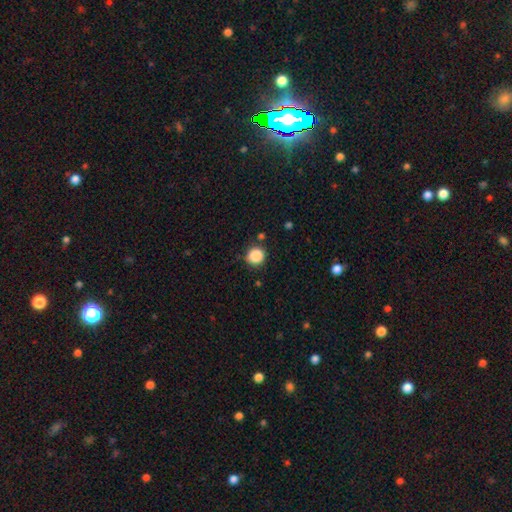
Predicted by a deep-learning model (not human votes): A smooth galaxy with no disk features (87%) that is round (90%).

Vote fractions:
- Smooth or featured? smooth: 87% / star or artifact: 10% / featured or disk: 3%
- How rounded? round: 90% / in between: 9% / cigar-shaped: 1%
- Merging? none: 85% / minor disturbance: 10% / merger: 3% / major disturbance: 3%